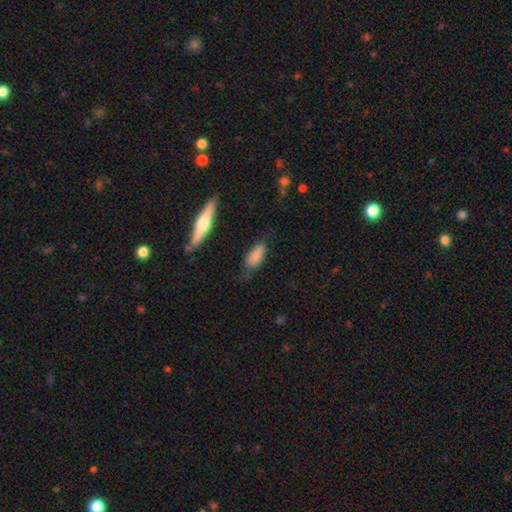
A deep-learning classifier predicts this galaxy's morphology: Smooth or featured?
  - smooth: 82% *
  - featured or disk: 11%
  - star or artifact: 7%
How rounded?
  - in between: 85% *
  - cigar-shaped: 12%
  - round: 3%
Merging?
  - none: 59% *
  - minor disturbance: 29%
  - major disturbance: 9%
  - merger: 3%